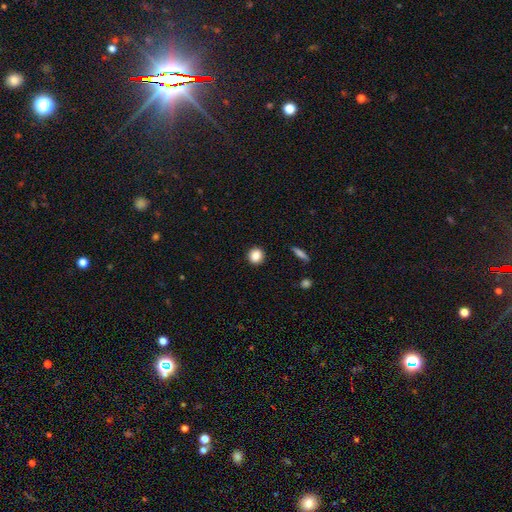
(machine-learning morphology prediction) smooth_or_featured: smooth (p=0.86) [alt: star or artifact p=0.09]
how_rounded: round (p=0.90) [alt: in between p=0.09]
merging: none (p=0.92) [alt: minor disturbance p=0.05]